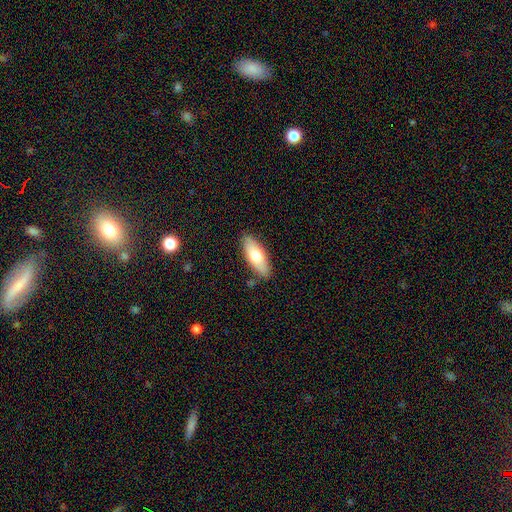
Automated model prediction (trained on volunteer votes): Overall: smooth (70%). How rounded: in between (73%). Merging: none (85%).